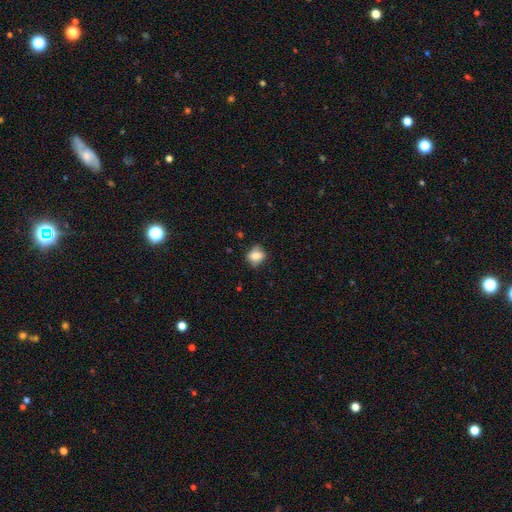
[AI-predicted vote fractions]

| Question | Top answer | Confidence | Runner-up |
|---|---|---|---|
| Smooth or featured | smooth | 80% | featured or disk (11%) |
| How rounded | round | 53% | in between (46%) |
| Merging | none | 71% | minor disturbance (23%) |